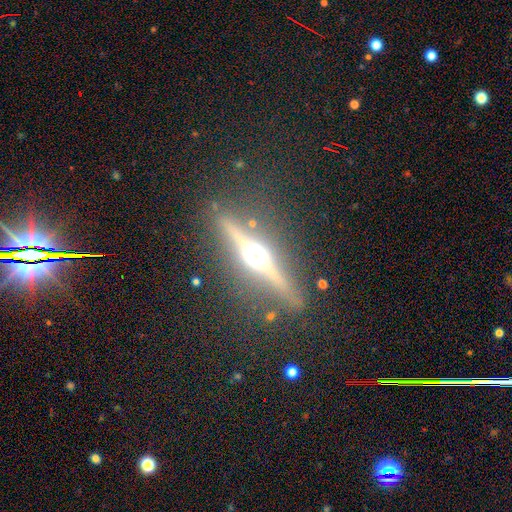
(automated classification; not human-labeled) smooth_or_featured: featured or disk (p=0.81) [alt: smooth p=0.10]
disk_edge_on: yes (p=0.96) [alt: no p=0.04]
edge_on_bulge: rounded (p=0.95) [alt: boxy p=0.03]
merging: none (p=0.85) [alt: minor disturbance p=0.09]